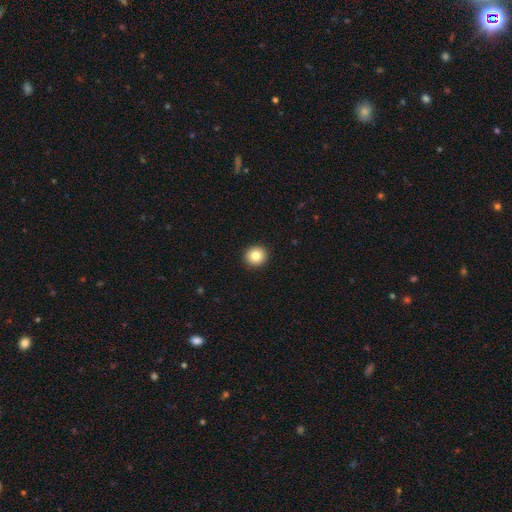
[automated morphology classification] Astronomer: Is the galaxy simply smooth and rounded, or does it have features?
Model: smooth — 83%.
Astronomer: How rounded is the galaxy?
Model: round — 91%.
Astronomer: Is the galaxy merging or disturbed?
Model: none — 93%.